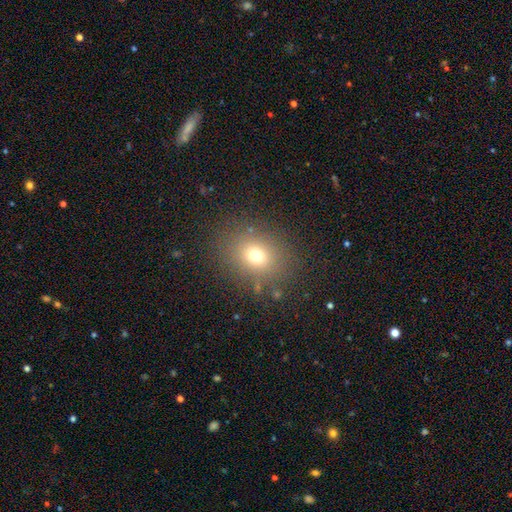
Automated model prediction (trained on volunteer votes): Morphology: type=smooth (71%); roundness=round (57%); merging=none (83%).